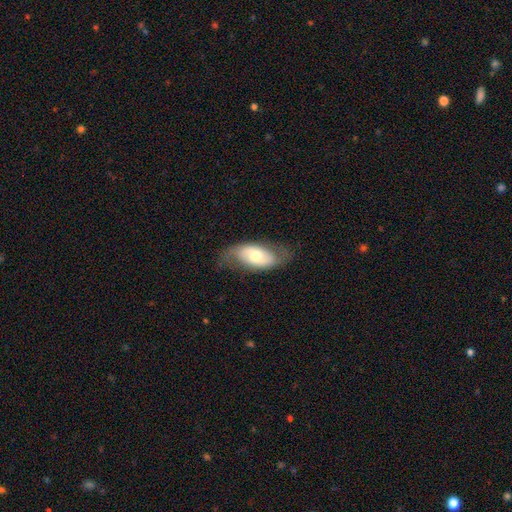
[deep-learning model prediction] Smooth or featured? featured or disk (52%)
Edge-on disk? no (89%)
Merging? none (68%)